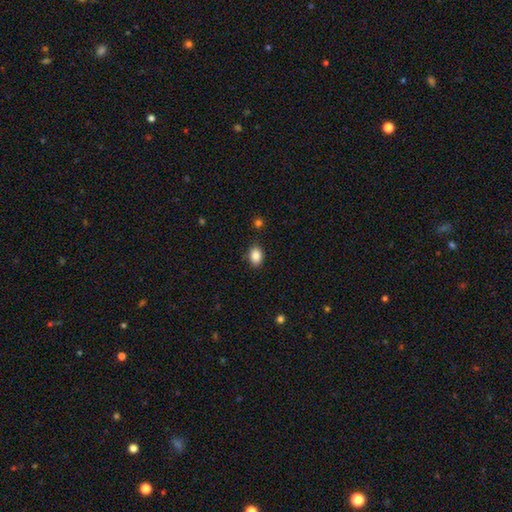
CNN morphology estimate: Smooth or featured? smooth (87%)
How rounded? in between (74%)
Merging? none (86%)